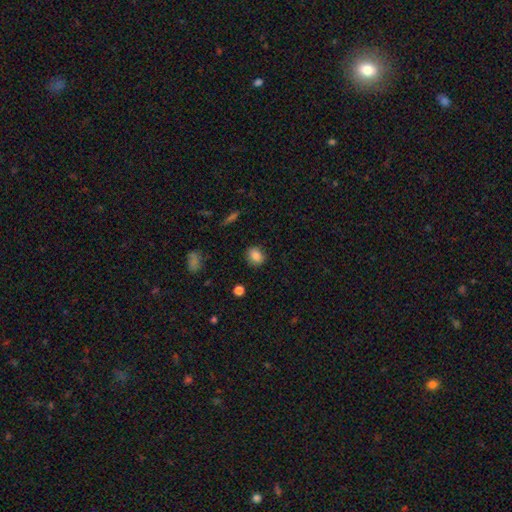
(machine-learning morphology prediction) This appears to be a smooth galaxy with no disk features (84%) that is round (61%). Merging: none (86%).